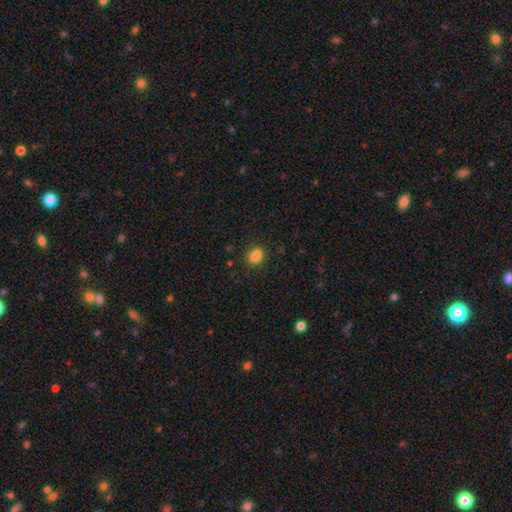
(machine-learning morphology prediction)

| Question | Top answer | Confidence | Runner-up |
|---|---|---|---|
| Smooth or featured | smooth | 81% | star or artifact (13%) |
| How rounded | in between | 49% | tied: round (49%) |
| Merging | none | 67% | minor disturbance (15%) |